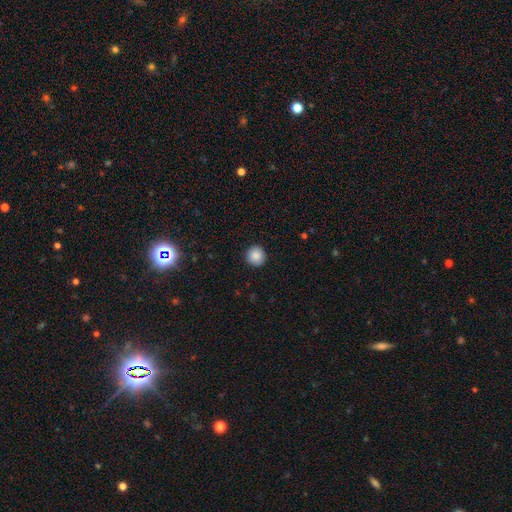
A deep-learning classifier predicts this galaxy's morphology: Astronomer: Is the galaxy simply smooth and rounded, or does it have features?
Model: smooth — 87%.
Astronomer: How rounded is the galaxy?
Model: round — 94%.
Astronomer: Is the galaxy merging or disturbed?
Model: none — 92%.